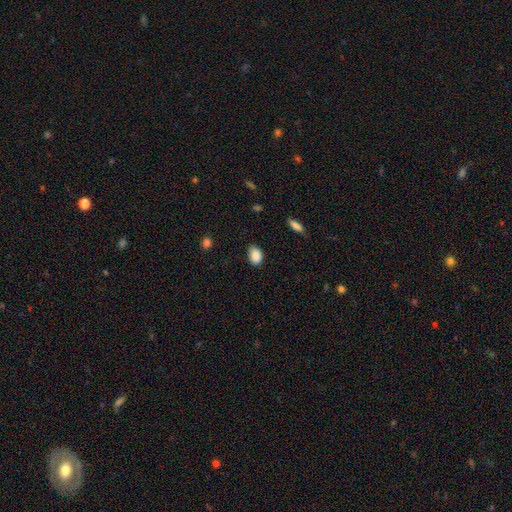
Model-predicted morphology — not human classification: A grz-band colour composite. It shows a smooth galaxy with no disk features (88%) that is in between round and cigar-shaped (81%). Merging: none (74%).